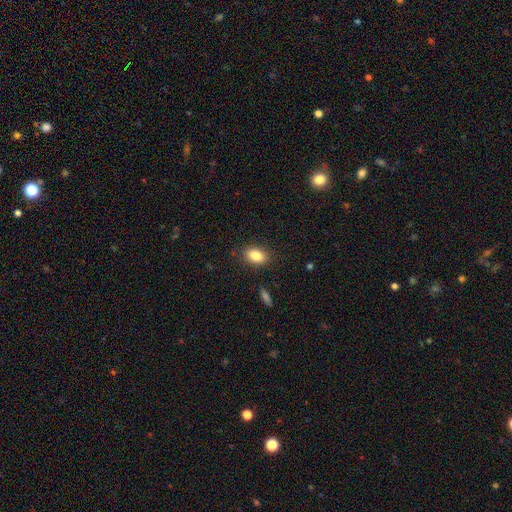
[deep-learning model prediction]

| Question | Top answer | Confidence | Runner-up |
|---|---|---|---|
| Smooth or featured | smooth | 84% | star or artifact (8%) |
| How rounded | in between | 85% | round (13%) |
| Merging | none | 86% | minor disturbance (10%) |